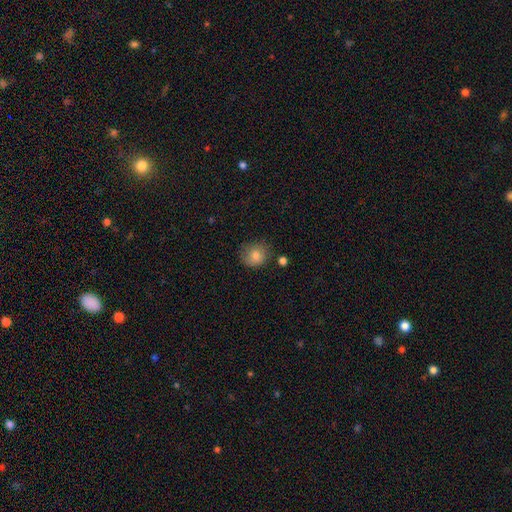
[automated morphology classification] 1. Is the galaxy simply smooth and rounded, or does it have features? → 81% smooth, 10% star or artifact, 10% featured or disk.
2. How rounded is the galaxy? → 80% round, 20% in between, 1% cigar-shaped.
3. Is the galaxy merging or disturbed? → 74% none, 17% minor disturbance, 4% major disturbance, 4% merger.